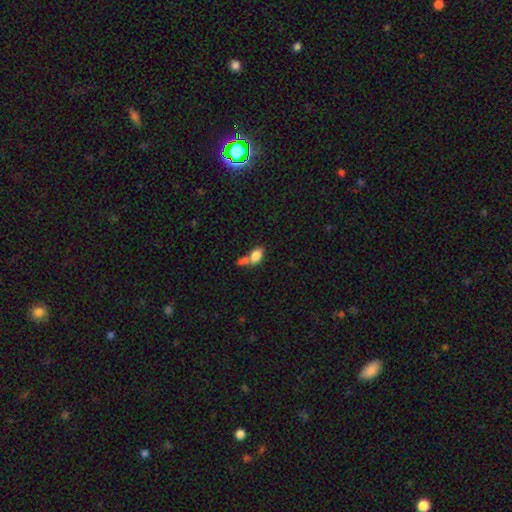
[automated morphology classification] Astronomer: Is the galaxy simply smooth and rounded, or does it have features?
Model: smooth — 81%.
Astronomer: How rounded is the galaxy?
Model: in between — 88%.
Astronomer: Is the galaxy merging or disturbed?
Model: merger — 49% (runner-up: none, 32%).